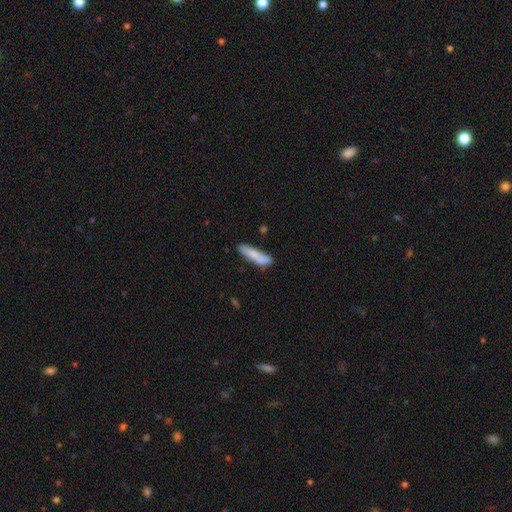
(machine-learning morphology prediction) The model was most divided on "merging": none: 72%, minor disturbance: 18%, merger: 6%, major disturbance: 4%. More confident: smooth or featured — smooth (78%); how rounded — cigar-shaped (76%).